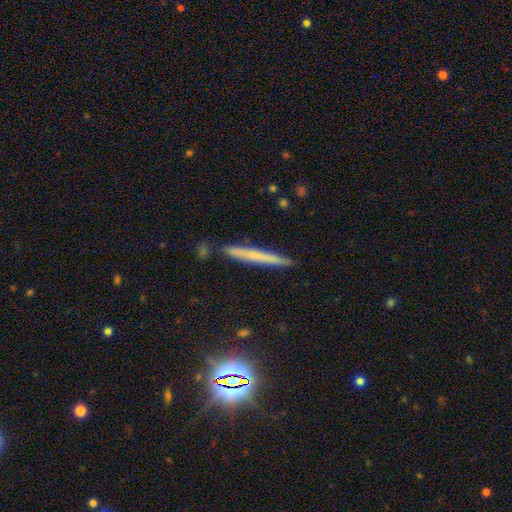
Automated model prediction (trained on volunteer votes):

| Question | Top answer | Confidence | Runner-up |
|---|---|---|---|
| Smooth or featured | smooth | 56% | featured or disk (33%) |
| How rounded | cigar-shaped | 96% | in between (2%) |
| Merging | none | 88% | minor disturbance (8%) |